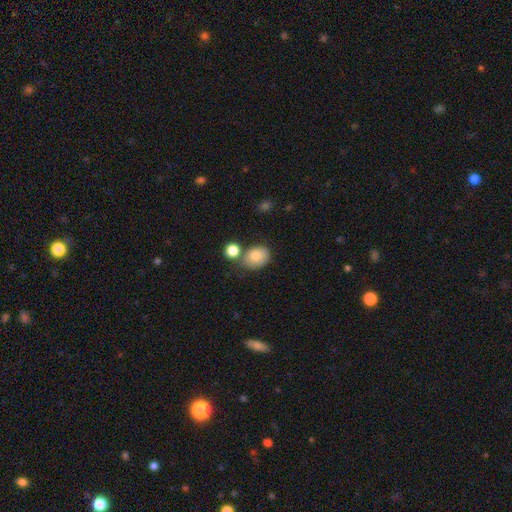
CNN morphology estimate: A smooth galaxy with no disk features (81%) that is in between round and cigar-shaped (52%).

Vote fractions:
- Smooth or featured? smooth: 81% / featured or disk: 10% / star or artifact: 9%
- How rounded? in between: 52% / round: 47% / cigar-shaped: 1%
- Merging? none: 57% / merger: 19% / minor disturbance: 18% / major disturbance: 5%